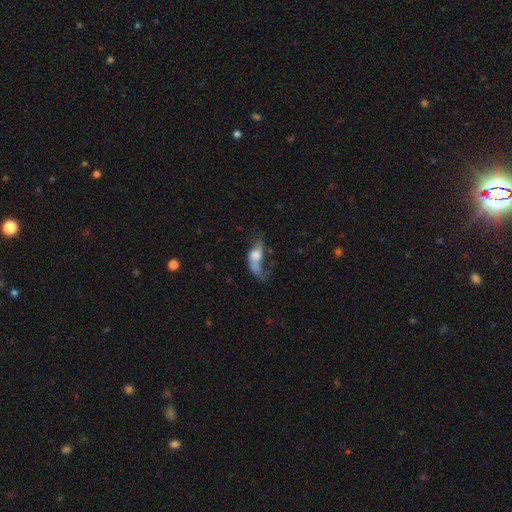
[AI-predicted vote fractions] Smooth or featured? Predicted: smooth (p=0.47). Merging? Predicted: major disturbance (p=0.46).